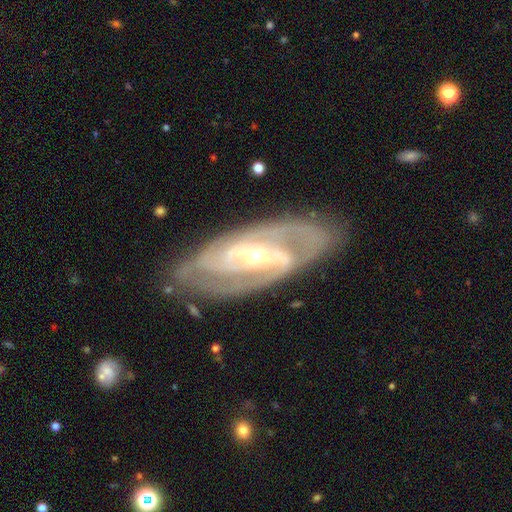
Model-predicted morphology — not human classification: Smooth or featured: featured or disk — 90% (smooth — 6%)
Edge-on disk: no — 93% (yes — 7%)
Bar: strong — 45% (weak — 34%)
Spiral arms: yes — 96% (no — 4%)
Spiral winding: tight — 52% (medium — 40%)
Spiral arm count: 2 — 59% (3 — 16%)
Bulge size: small — 63% (moderate — 33%)
Merging: none — 80% (minor disturbance — 14%)